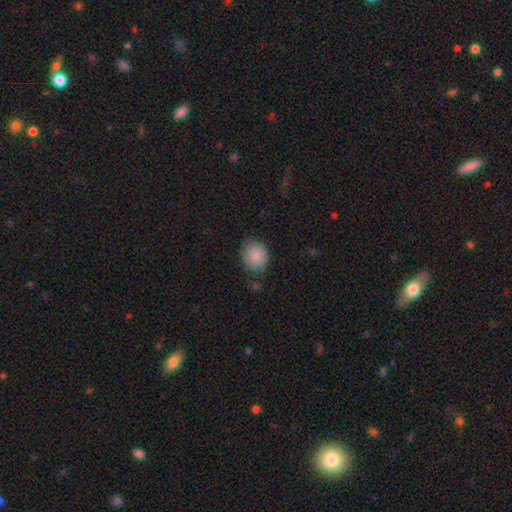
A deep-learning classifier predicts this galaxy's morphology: smooth_or_featured: smooth (p=0.85) [alt: star or artifact p=0.08]
how_rounded: round (p=0.67) [alt: in between p=0.32]
merging: none (p=0.77) [alt: minor disturbance p=0.18]